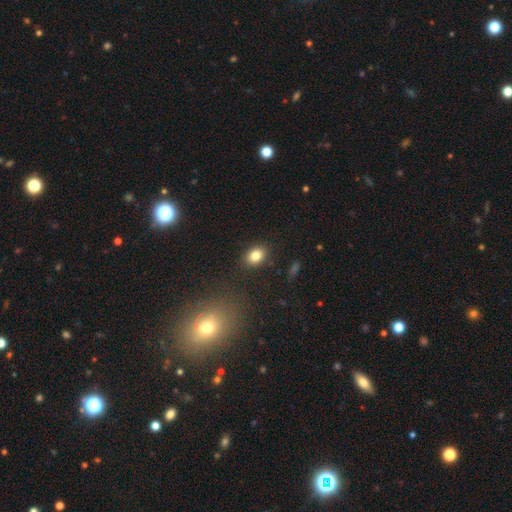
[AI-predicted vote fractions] Smooth or featured? smooth (83%)
How rounded? in between (68%)
Merging? none (87%)